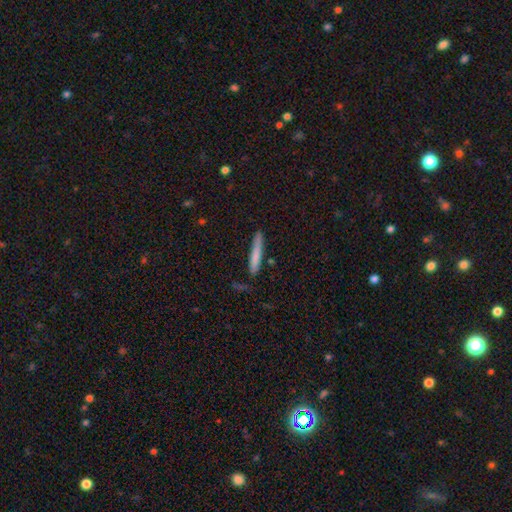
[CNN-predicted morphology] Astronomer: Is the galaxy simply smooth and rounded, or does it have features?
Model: smooth — 74%.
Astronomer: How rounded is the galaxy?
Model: cigar-shaped — 95%.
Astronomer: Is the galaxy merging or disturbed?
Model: none — 80%.